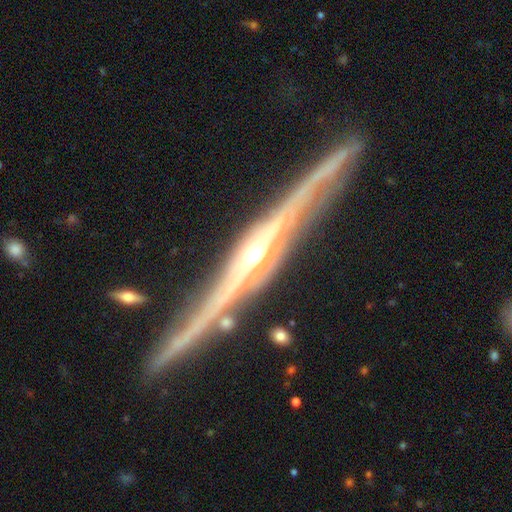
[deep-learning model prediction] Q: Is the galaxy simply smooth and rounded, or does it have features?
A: featured or disk — 89%.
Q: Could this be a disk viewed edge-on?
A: yes — 96%.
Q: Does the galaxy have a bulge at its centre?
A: rounded — 86%.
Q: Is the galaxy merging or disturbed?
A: none — 83%.